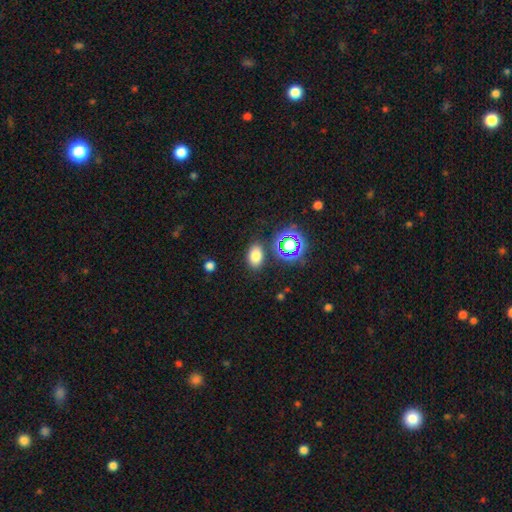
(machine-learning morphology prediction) Smooth or featured? Predicted: smooth (p=0.74). How rounded? Predicted: in between (p=0.82). Merging? Predicted: none (p=0.83).